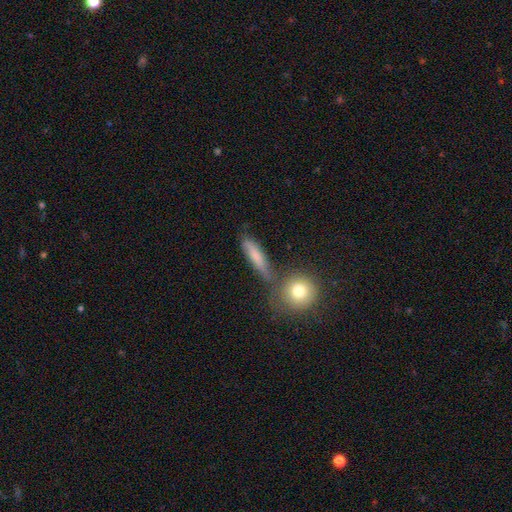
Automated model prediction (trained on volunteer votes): A smooth galaxy with no disk features (71%) that is cigar-shaped (66%). Merging: none (65%).